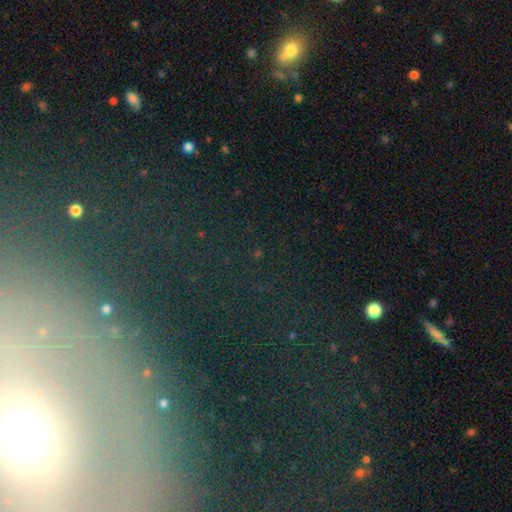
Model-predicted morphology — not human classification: Smooth or featured? Predicted: star or artifact (p=0.65).